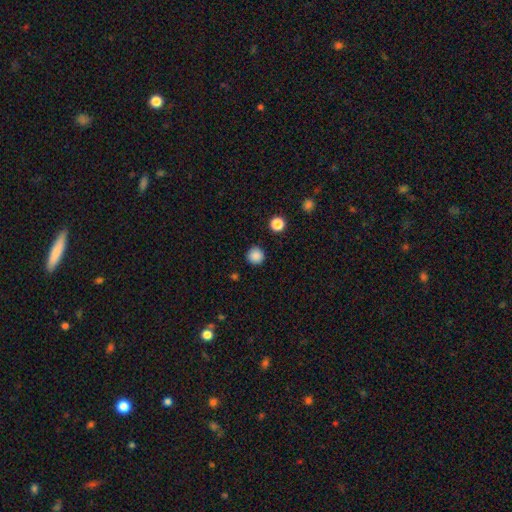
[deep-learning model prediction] Smooth or featured? smooth (86%)
How rounded? round (95%)
Merging? none (90%)